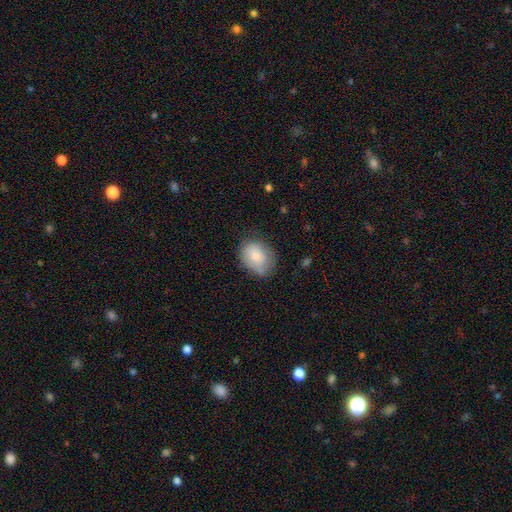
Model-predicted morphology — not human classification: Smooth or featured? smooth (81%)
How rounded? in between (59%)
Merging? none (65%)